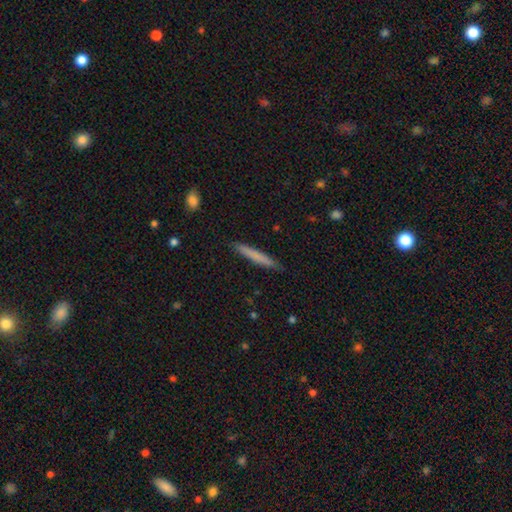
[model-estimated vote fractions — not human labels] Q: Smooth or featured?
A: smooth (72%); runner-up: featured or disk (23%)
Q: How rounded?
A: cigar-shaped (96%); runner-up: in between (3%)
Q: Merging?
A: none (89%); runner-up: minor disturbance (9%)